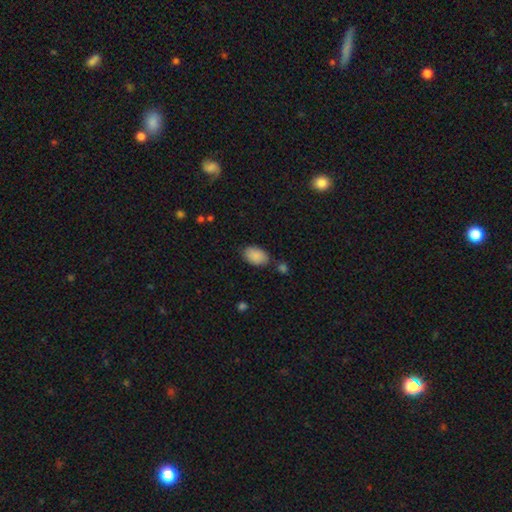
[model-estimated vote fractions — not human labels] Morphology: type=smooth (89%); roundness=in between (91%); merging=none (75%).